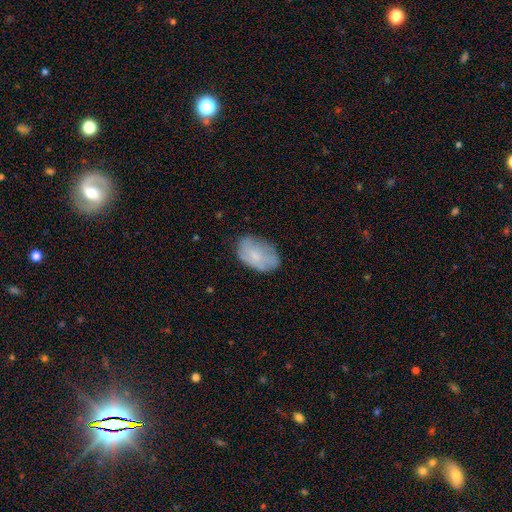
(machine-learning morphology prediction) This appears to be a smooth galaxy with no disk features (62%) that is in between round and cigar-shaped (89%). Merging: none (68%).